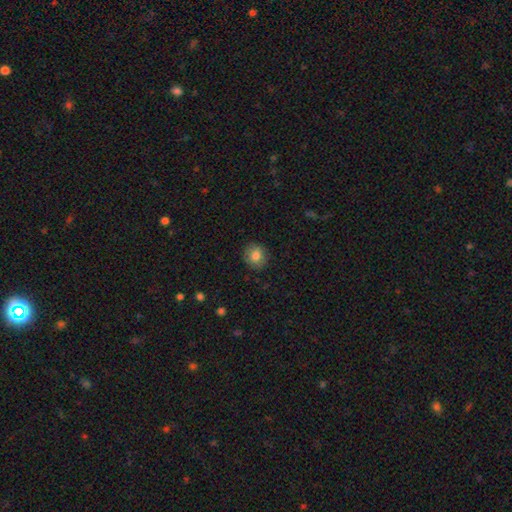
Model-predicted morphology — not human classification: smooth 80%, featured or disk 11%, star or artifact 9%. Down the decision tree: how rounded — round (84%); merging — none (86%).